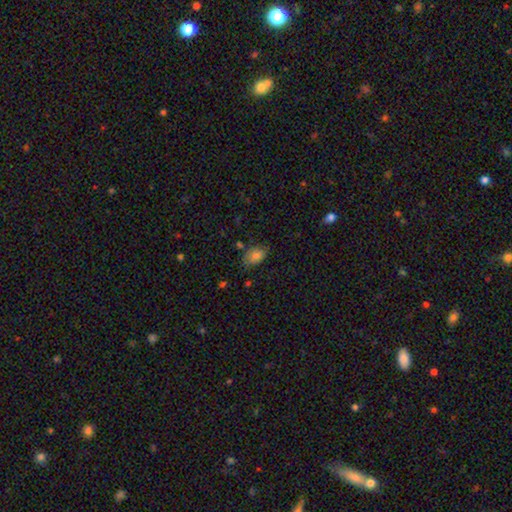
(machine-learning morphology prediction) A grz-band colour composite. It shows a smooth galaxy with no disk features (80%) that is in between round and cigar-shaped (85%). Merging: none (62%).